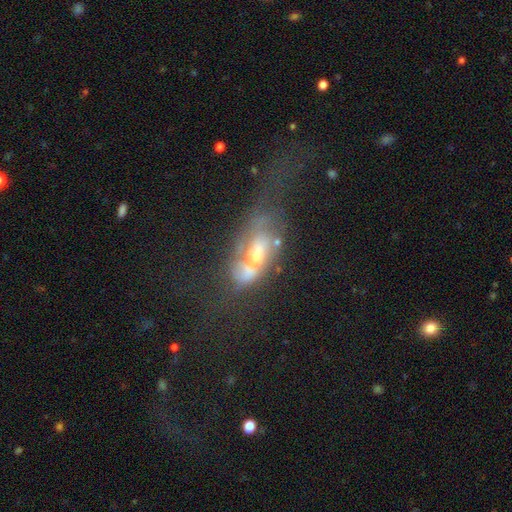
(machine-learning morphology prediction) This appears to be a featured or disk galaxy (57%). Merging: major disturbance (42%).